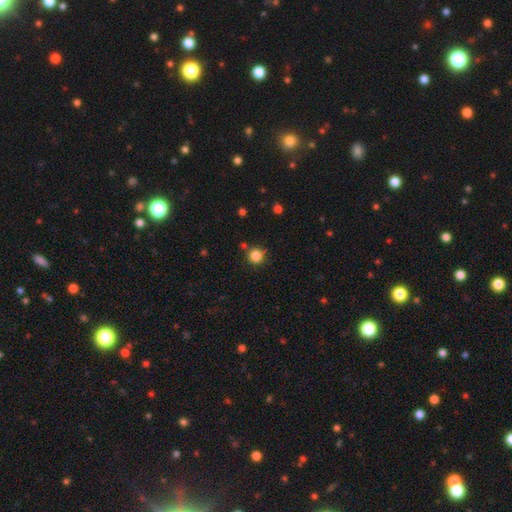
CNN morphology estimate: This appears to be a smooth galaxy with no disk features (84%) that is round (93%). Merging: none (81%).